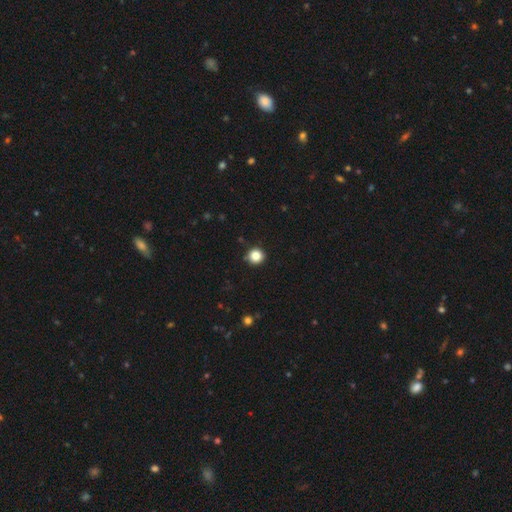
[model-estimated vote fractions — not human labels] This is clearly a smooth galaxy (84%). How rounded: clearly round (94%). Merging: clearly none (90%).